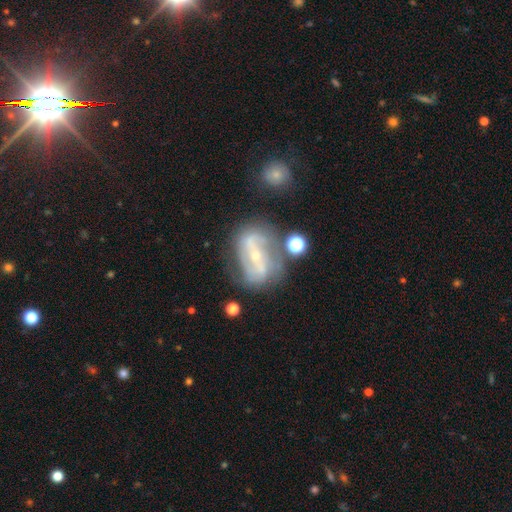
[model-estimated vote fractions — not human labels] Smooth or featured?
  - featured or disk: 81% *
  - smooth: 11%
  - star or artifact: 8%
Edge-on disk?
  - no: 94% *
  - yes: 6%
Bar?
  - strong: 57% *
  - weak: 24%
  - no: 19%
Spiral arms?
  - yes: 80% *
  - no: 20%
Spiral winding?
  - medium: 40% *
  - tight: 30%
  - loose: 29%
Spiral arm count?
  - 2: 71% *
  - can't tell: 17%
  - 3: 5%
  - 1: 3%
  - 4: 2%
  - more than 4: 2%
Bulge size?
  - small: 69% *
  - moderate: 27%
  - none: 1%
  - large: 1%
  - dominant: 1%
Merging?
  - none: 58% *
  - minor disturbance: 21%
  - major disturbance: 12%
  - merger: 8%